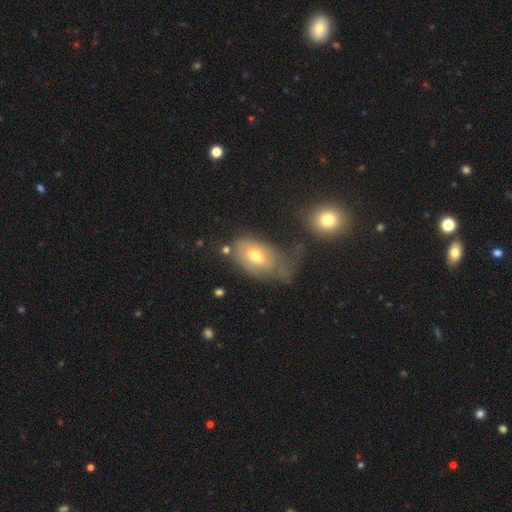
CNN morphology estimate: Overall: smooth (62%; featured or disk 29%). How rounded: in between (88%). Merging: none (36%; minor disturbance 27%).